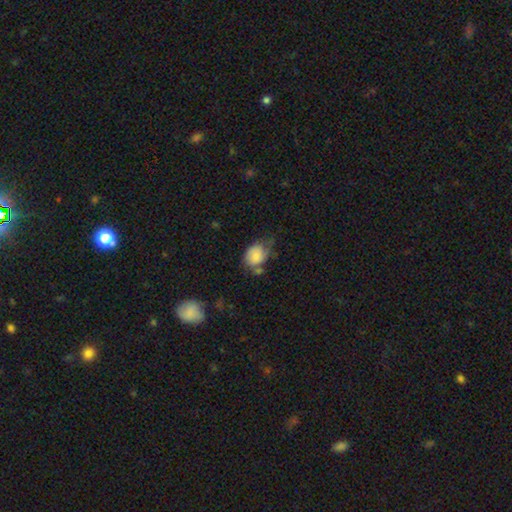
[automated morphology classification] Smooth or featured: smooth — 73% (featured or disk — 19%)
How rounded: in between — 55% (round — 44%)
Merging: minor disturbance — 35% (none — 33%)